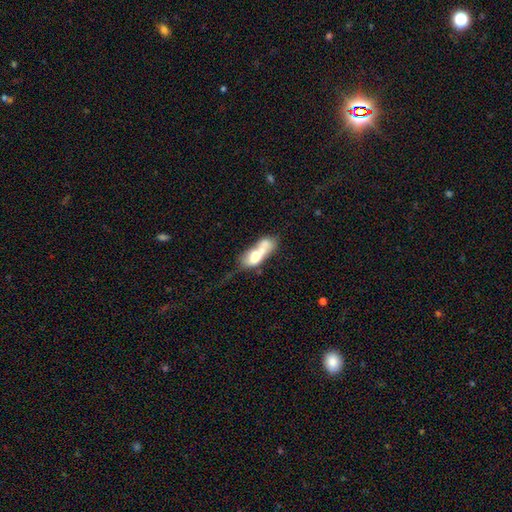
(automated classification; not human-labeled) smooth_or_featured: smooth (p=0.56) [alt: featured or disk p=0.37]
how_rounded: in between (p=0.73) [alt: cigar-shaped p=0.17]
merging: merger (p=0.62) [alt: none p=0.16]